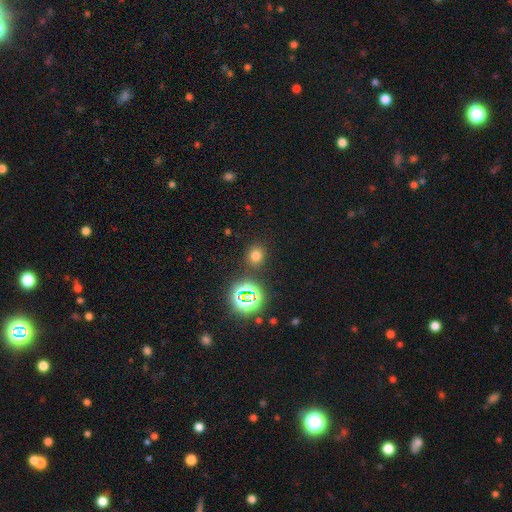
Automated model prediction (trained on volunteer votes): Q: Smooth or featured?
A: smooth (67%); runner-up: star or artifact (26%)
Q: How rounded?
A: round (82%); runner-up: in between (17%)
Q: Merging?
A: none (86%); runner-up: minor disturbance (8%)